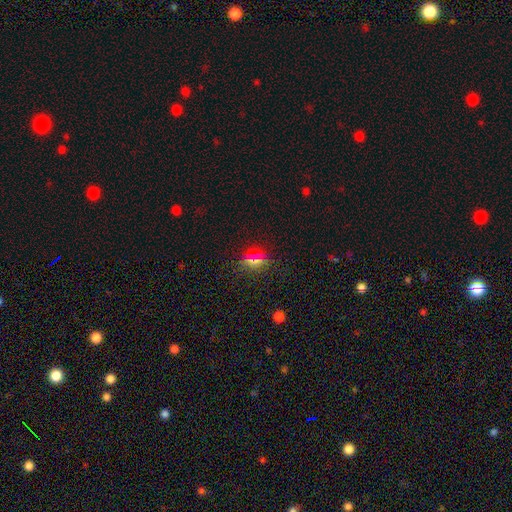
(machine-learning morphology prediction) A smooth galaxy with no disk features (55%) that is round (63%). Merging: none (82%).